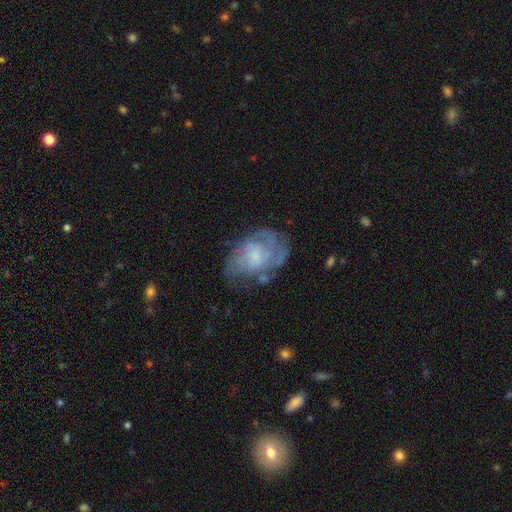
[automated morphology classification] Overall: featured or disk (68%). Edge-on disk: no (97%). Bar: no (67%; weak 29%). Spiral arms: yes (79%). Spiral arm count: can't tell (48%; 3 17%). Spiral winding: tight (47%; medium 38%). Bulge size: small (41%; moderate 29%). Merging: none (56%; minor disturbance 24%).